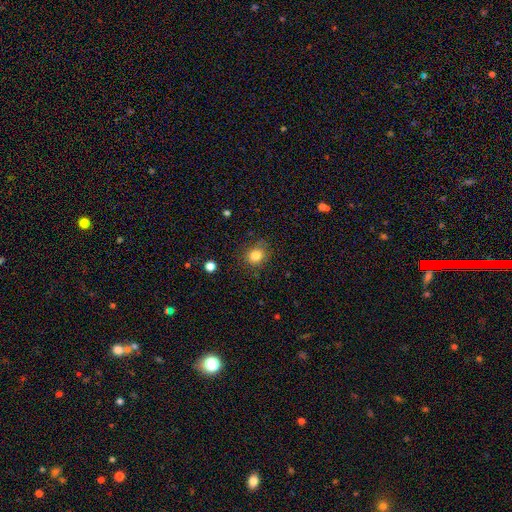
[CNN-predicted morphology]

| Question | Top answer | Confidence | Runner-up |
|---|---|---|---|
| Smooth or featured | smooth | 83% | star or artifact (11%) |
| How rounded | round | 76% | in between (23%) |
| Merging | none | 82% | minor disturbance (13%) |